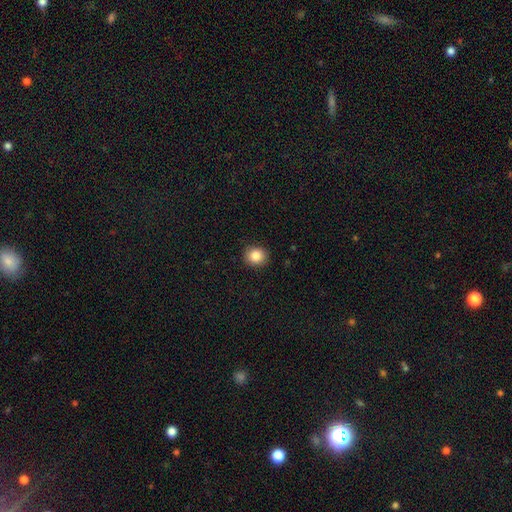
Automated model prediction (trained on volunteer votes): A smooth galaxy with no disk features (85%) that is round (81%).

Vote fractions:
- Smooth or featured? smooth: 85% / star or artifact: 10% / featured or disk: 5%
- How rounded? round: 81% / in between: 18% / cigar-shaped: 1%
- Merging? none: 91% / minor disturbance: 7% / major disturbance: 2% / merger: 1%